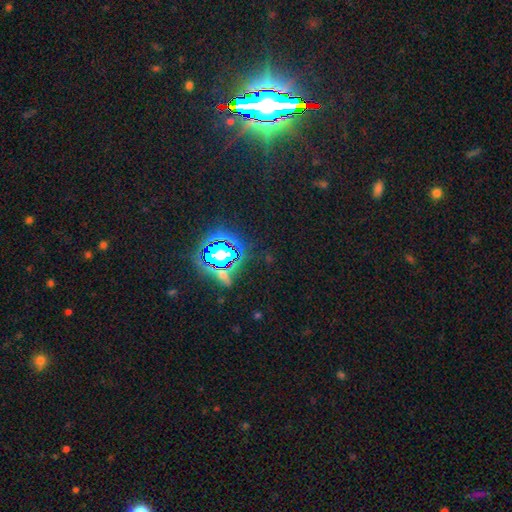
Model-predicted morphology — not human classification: type=star or artifact (85%).